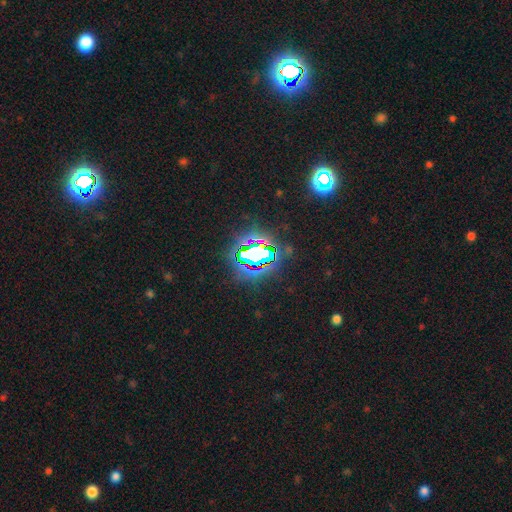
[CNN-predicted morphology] Smooth or featured? star or artifact (71%)